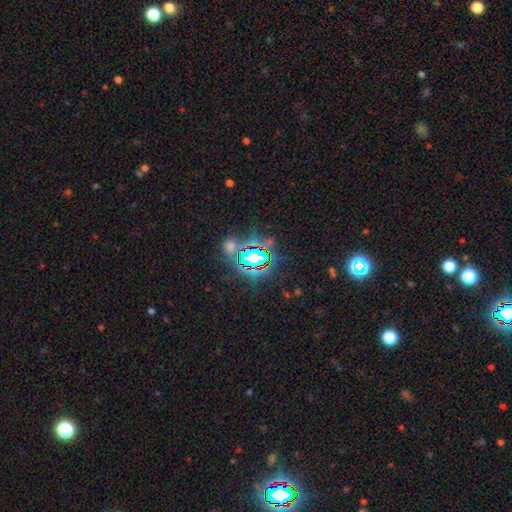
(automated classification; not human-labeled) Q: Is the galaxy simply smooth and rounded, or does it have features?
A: star or artifact — 70%.